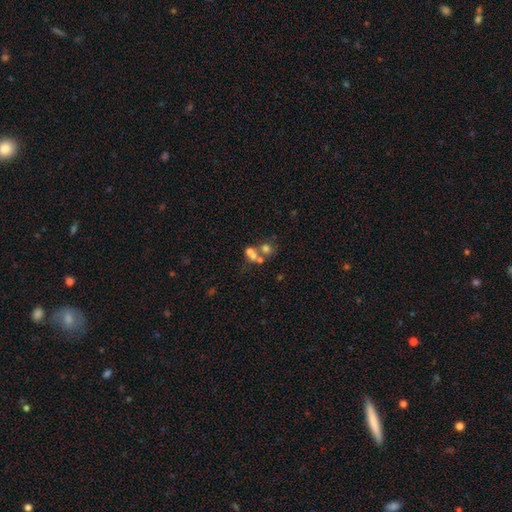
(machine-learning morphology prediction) This appears to be a smooth galaxy with no disk features (47%). Merging: merger (49%).